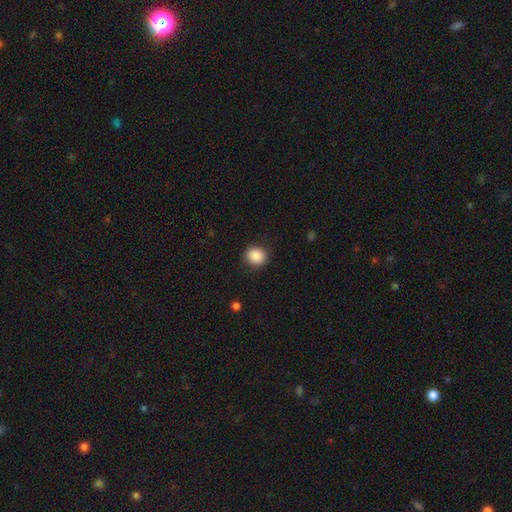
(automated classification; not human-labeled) smooth-or-featured: smooth: 87% | star or artifact: 9% | featured or disk: 5%
  how-rounded: round: 78% | in between: 21% | cigar-shaped: 1%
  merging: none: 88% | minor disturbance: 8% | major disturbance: 3% | merger: 1%